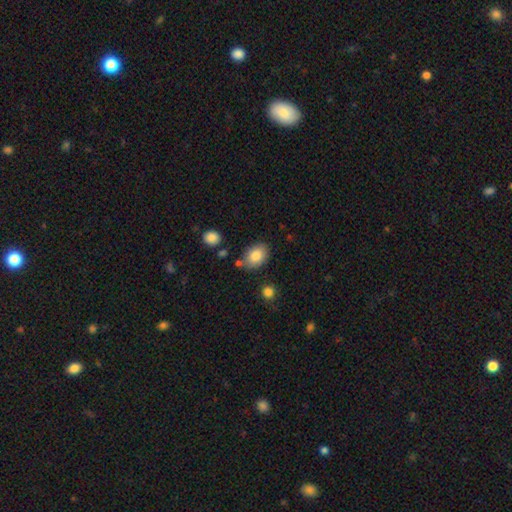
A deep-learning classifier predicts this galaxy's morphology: Q: Smooth or featured?
A: smooth (83%); runner-up: featured or disk (9%)
Q: How rounded?
A: in between (77%); runner-up: round (22%)
Q: Merging?
A: none (76%); runner-up: minor disturbance (15%)